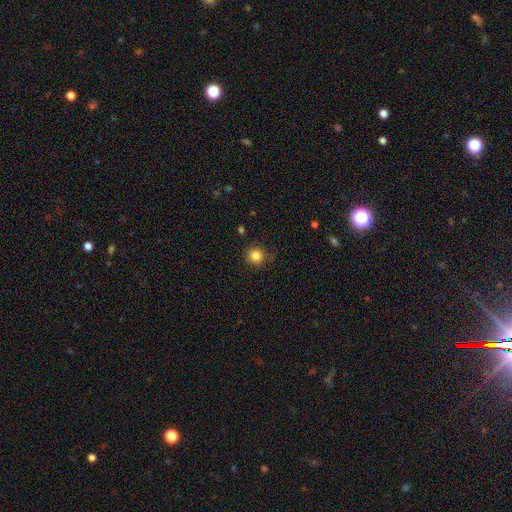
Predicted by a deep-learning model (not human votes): Smooth or featured: smooth — 84% (star or artifact — 11%)
How rounded: round — 93% (in between — 6%)
Merging: none — 86% (minor disturbance — 9%)